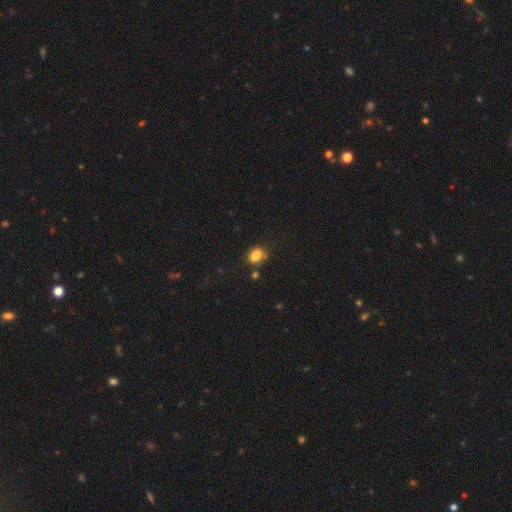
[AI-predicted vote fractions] Q: Smooth or featured?
A: smooth (83%); runner-up: star or artifact (11%)
Q: How rounded?
A: in between (55%); runner-up: round (44%)
Q: Merging?
A: none (68%); runner-up: minor disturbance (18%)